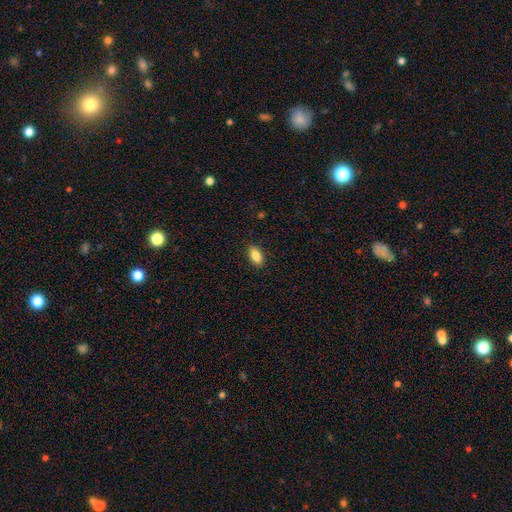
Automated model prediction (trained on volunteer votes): This is clearly a smooth galaxy (86%). How rounded: clearly in between (90%). Merging: clearly none (89%).